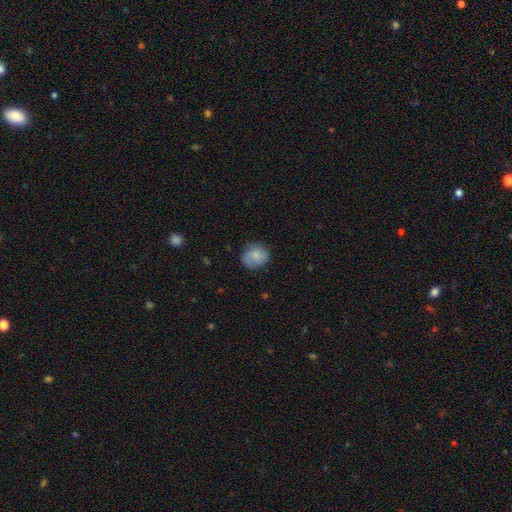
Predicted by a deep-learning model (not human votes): smooth 73%, featured or disk 20%, star or artifact 8%. Down the decision tree: how rounded — round (79%); merging — none (71%).